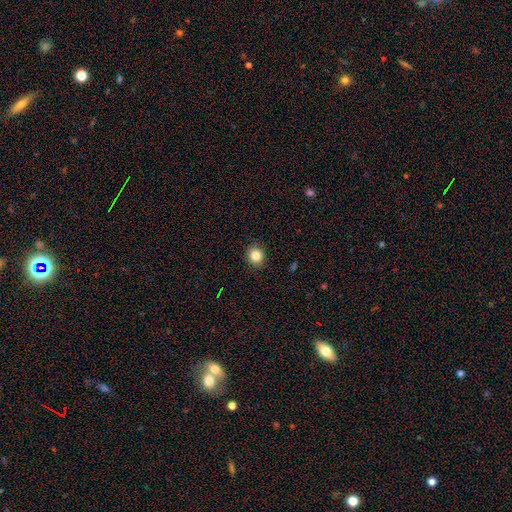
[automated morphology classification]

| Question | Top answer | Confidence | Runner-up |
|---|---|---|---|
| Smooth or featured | smooth | 84% | star or artifact (11%) |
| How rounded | round | 81% | in between (18%) |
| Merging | none | 90% | minor disturbance (7%) |